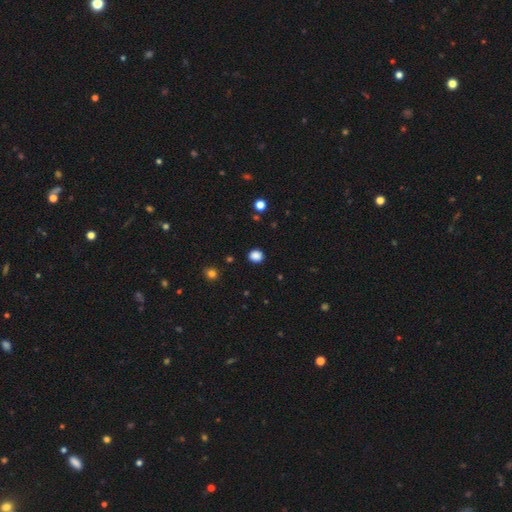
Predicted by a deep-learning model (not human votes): Q: Smooth or featured?
A: smooth (85%); runner-up: star or artifact (12%)
Q: How rounded?
A: round (69%); runner-up: in between (30%)
Q: Merging?
A: none (89%); runner-up: minor disturbance (7%)